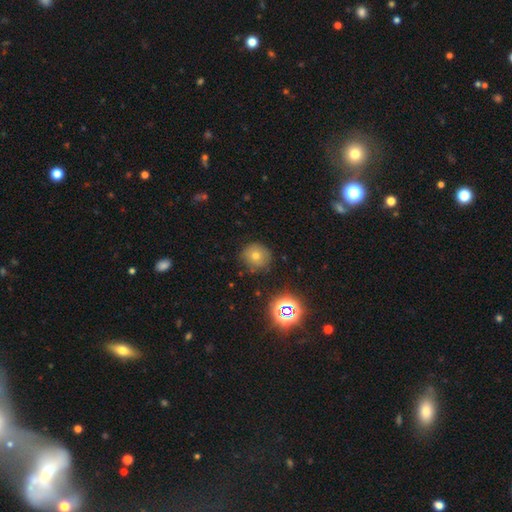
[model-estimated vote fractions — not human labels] Smooth or featured? smooth (62%)
How rounded? round (89%)
Merging? none (82%)